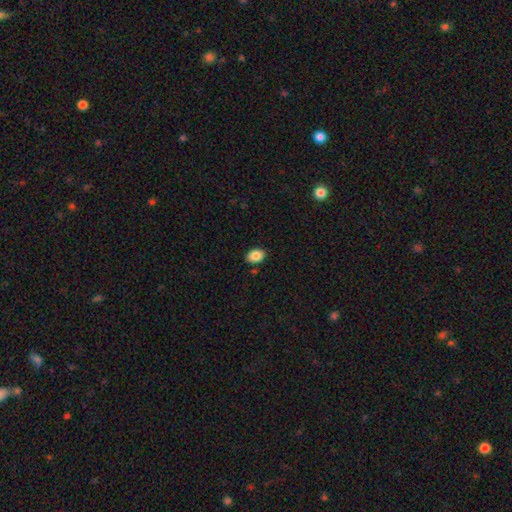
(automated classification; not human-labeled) smooth-or-featured: smooth: 87% | star or artifact: 8% | featured or disk: 5%
  how-rounded: in between: 79% | round: 20% | cigar-shaped: 1%
  merging: none: 86% | minor disturbance: 9% | merger: 2% | major disturbance: 2%